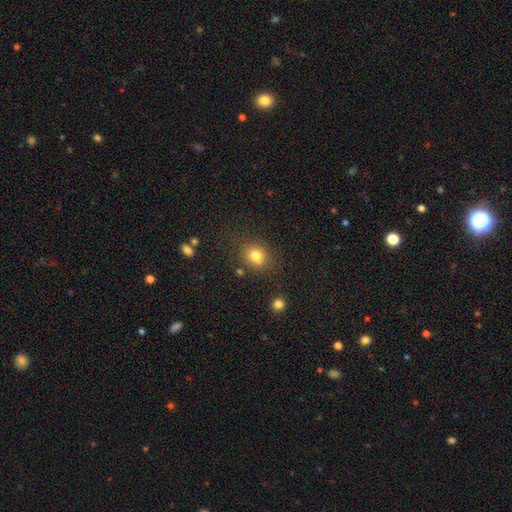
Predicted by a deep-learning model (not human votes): A smooth galaxy with no disk features (79%) that is round (65%).

Vote fractions:
- Smooth or featured? smooth: 79% / star or artifact: 12% / featured or disk: 8%
- How rounded? round: 65% / in between: 34% / cigar-shaped: 1%
- Merging? none: 75% / minor disturbance: 14% / merger: 6% / major disturbance: 5%